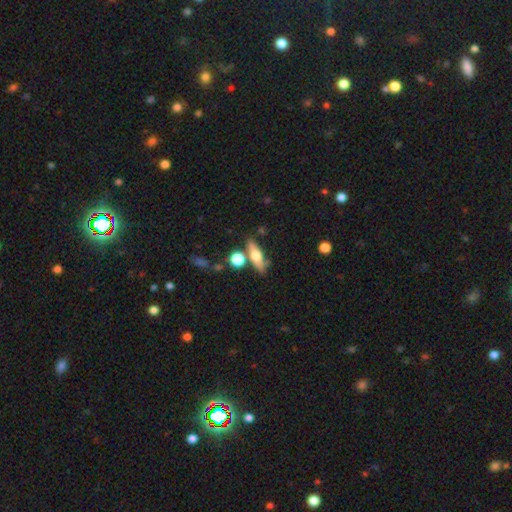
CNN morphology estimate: This is possibly a smooth galaxy (46%). Merging: likely none (71%).